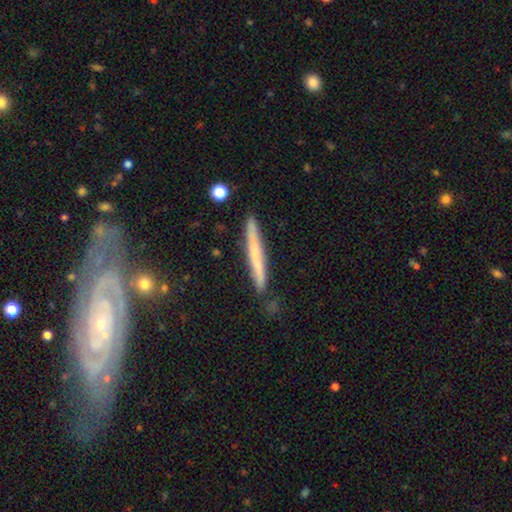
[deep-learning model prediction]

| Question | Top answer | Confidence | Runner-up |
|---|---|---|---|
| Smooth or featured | smooth | 49% | featured or disk (44%) |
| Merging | none | 87% | minor disturbance (10%) |